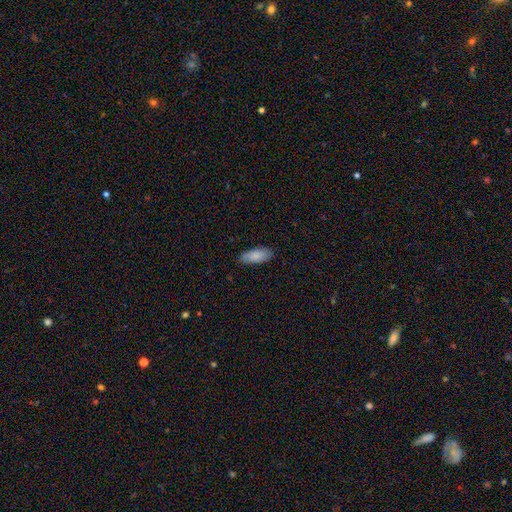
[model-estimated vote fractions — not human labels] A smooth galaxy with no disk features (85%) that is in between round and cigar-shaped (83%).

Vote fractions:
- Smooth or featured? smooth: 85% / featured or disk: 10% / star or artifact: 6%
- How rounded? in between: 83% / cigar-shaped: 15% / round: 2%
- Merging? none: 84% / minor disturbance: 13% / major disturbance: 2% / merger: 1%